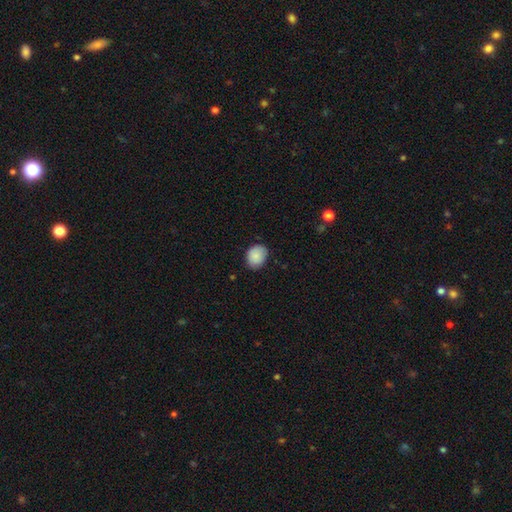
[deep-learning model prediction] Smooth or featured? Predicted: smooth (p=0.88). How rounded? Predicted: in between (p=0.54). Merging? Predicted: none (p=0.75).